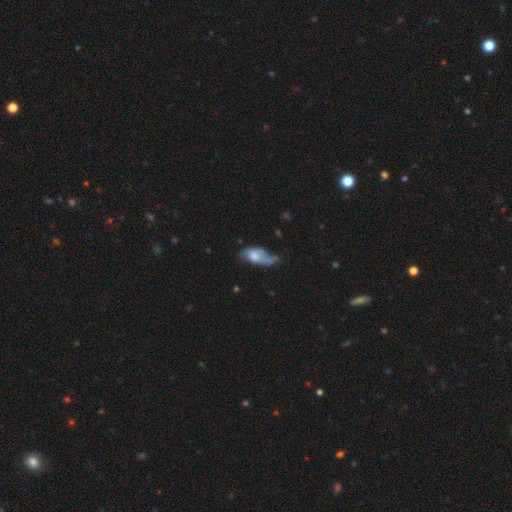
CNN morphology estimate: A smooth galaxy with no disk features (51%) that is in between round and cigar-shaped (87%).

Vote fractions:
- Smooth or featured? smooth: 51% / featured or disk: 40% / star or artifact: 8%
- How rounded? in between: 87% / cigar-shaped: 8% / round: 6%
- Merging? major disturbance: 32% / minor disturbance: 31% / none: 26% / merger: 11%